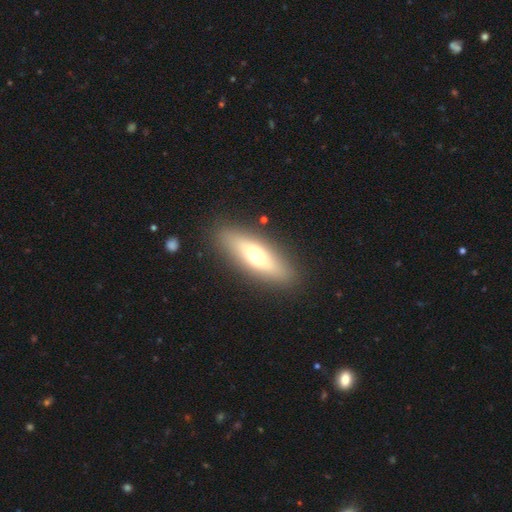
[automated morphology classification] The model was most divided on "how rounded": cigar-shaped: 49%, in between: 48%, round: 3%. More confident: merging — none (87%); smooth or featured — smooth (55%).